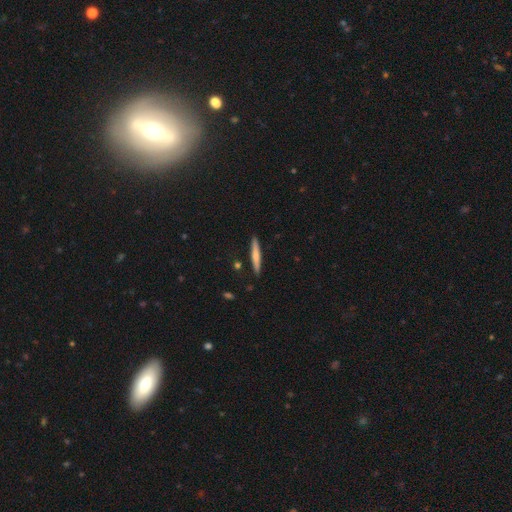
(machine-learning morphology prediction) smooth_or_featured: smooth (p=0.59) [alt: featured or disk p=0.36]
how_rounded: cigar-shaped (p=0.95) [alt: in between p=0.04]
merging: none (p=0.90) [alt: minor disturbance p=0.07]